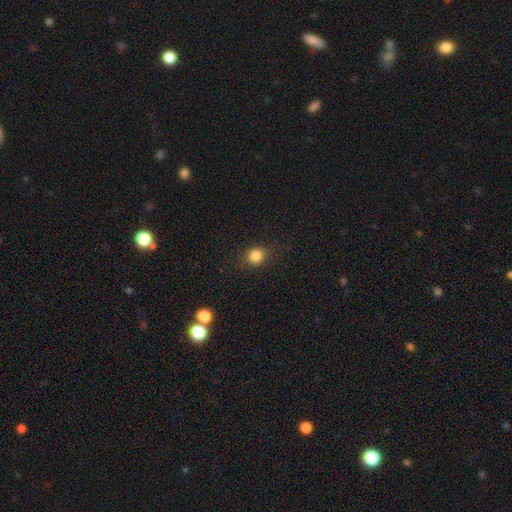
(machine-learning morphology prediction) Overall: smooth (83%). How rounded: round (71%). Merging: none (82%).